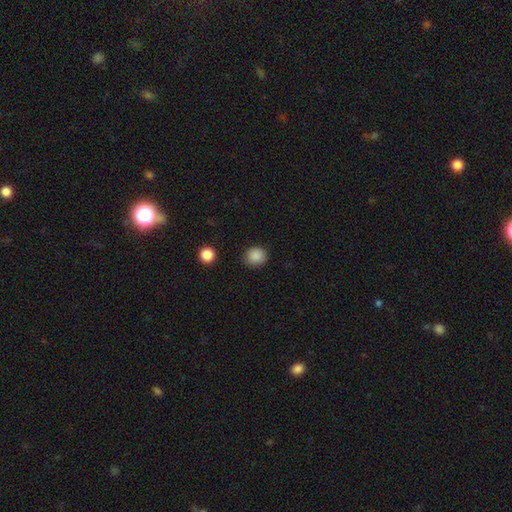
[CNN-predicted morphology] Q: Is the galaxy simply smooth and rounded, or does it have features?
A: smooth — 87%.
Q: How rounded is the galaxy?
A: round — 82%.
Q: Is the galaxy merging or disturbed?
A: none — 87%.